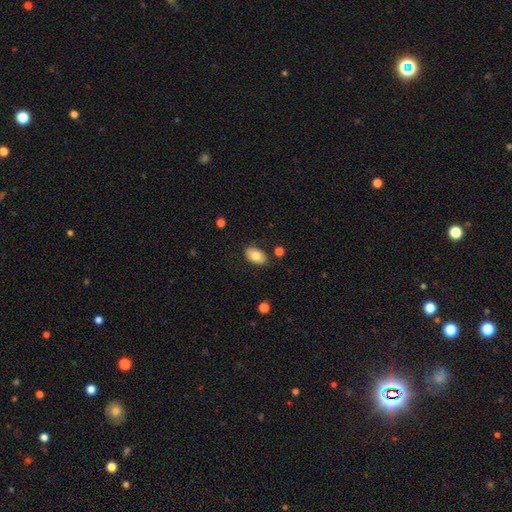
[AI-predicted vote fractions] Morphology: type=smooth (77%); roundness=in between (91%); merging=none (83%).